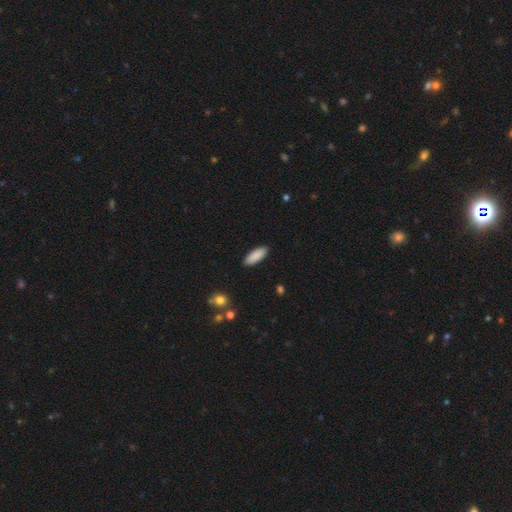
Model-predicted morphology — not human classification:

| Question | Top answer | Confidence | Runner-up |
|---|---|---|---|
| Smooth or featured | smooth | 90% | star or artifact (6%) |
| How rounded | in between | 71% | cigar-shaped (27%) |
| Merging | none | 89% | minor disturbance (8%) |